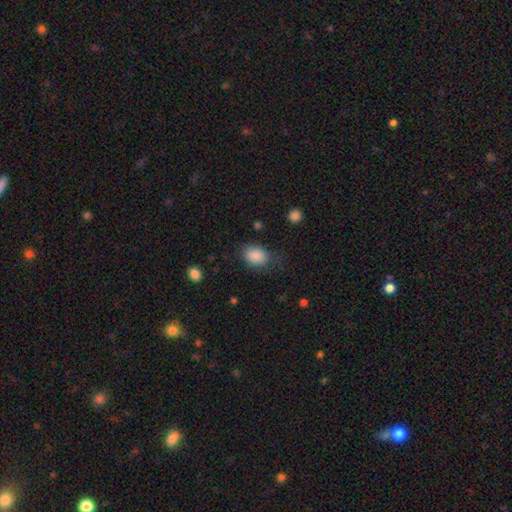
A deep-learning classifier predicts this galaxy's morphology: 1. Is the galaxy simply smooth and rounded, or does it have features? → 88% smooth, 8% star or artifact, 5% featured or disk.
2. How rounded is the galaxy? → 74% in between, 25% round, 1% cigar-shaped.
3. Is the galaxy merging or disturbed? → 70% none, 20% minor disturbance, 8% major disturbance, 2% merger.